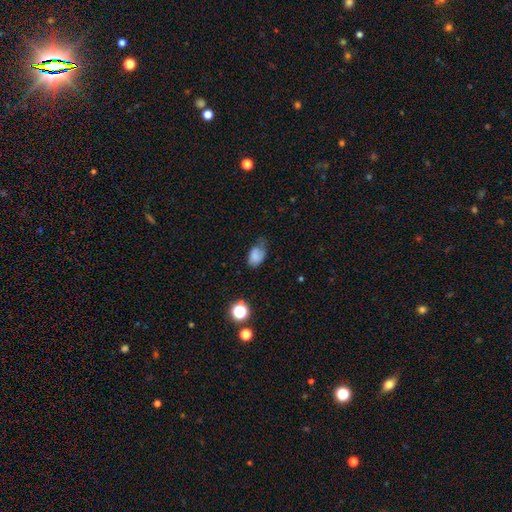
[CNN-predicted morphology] The model was most divided on "merging": none: 43%, minor disturbance: 38%, major disturbance: 15%, merger: 3%. More confident: how rounded — in between (81%); smooth or featured — smooth (77%).